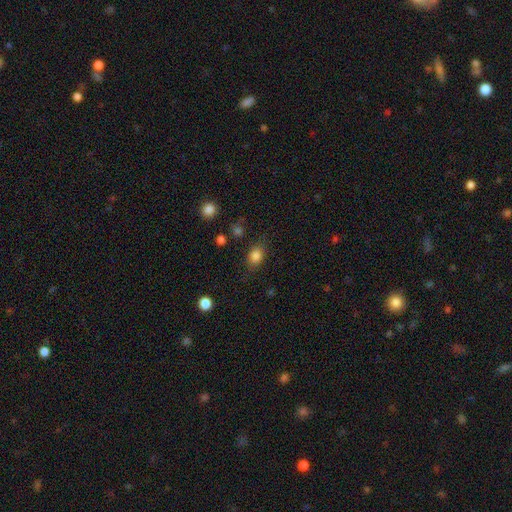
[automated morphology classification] Q: Smooth or featured?
A: smooth (83%); runner-up: star or artifact (11%)
Q: How rounded?
A: in between (69%); runner-up: round (30%)
Q: Merging?
A: none (80%); runner-up: minor disturbance (14%)